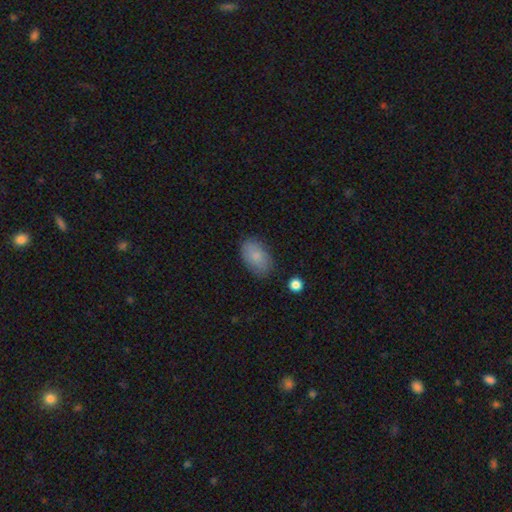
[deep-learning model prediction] Smooth or featured: smooth — 83% (featured or disk — 10%)
How rounded: in between — 91% (round — 7%)
Merging: none — 82% (minor disturbance — 14%)